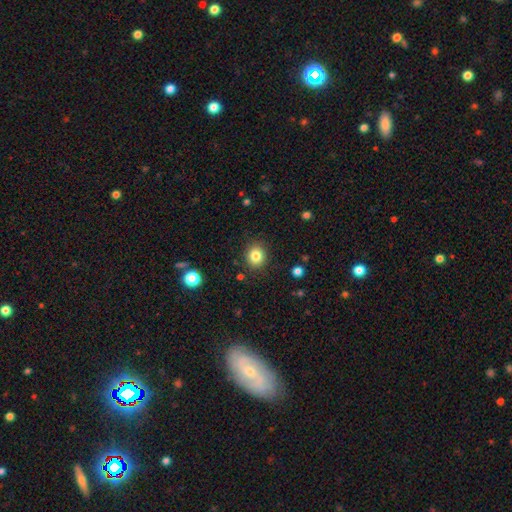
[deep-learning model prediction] Smooth or featured? smooth (82%)
How rounded? round (82%)
Merging? none (88%)